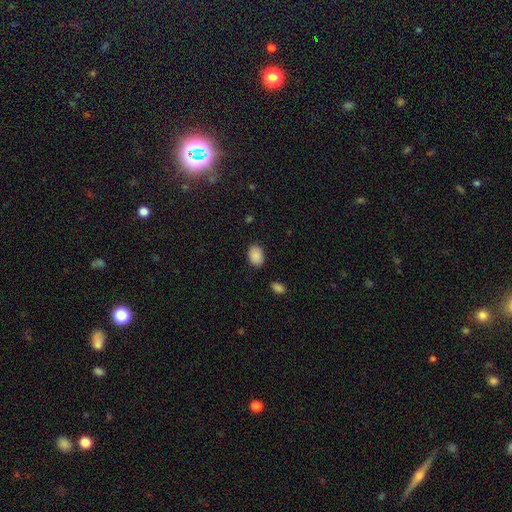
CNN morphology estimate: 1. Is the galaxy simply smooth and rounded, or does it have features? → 89% smooth, 8% star or artifact, 3% featured or disk.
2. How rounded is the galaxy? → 77% in between, 22% round, 1% cigar-shaped.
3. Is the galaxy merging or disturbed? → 84% none, 11% minor disturbance, 3% major disturbance, 2% merger.